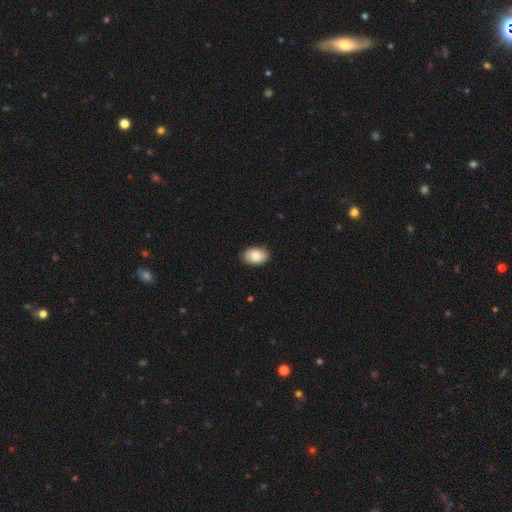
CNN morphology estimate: A smooth galaxy with no disk features (85%) that is in between round and cigar-shaped (89%).

Vote fractions:
- Smooth or featured? smooth: 85% / featured or disk: 9% / star or artifact: 7%
- How rounded? in between: 89% / round: 10% / cigar-shaped: 1%
- Merging? none: 87% / minor disturbance: 10% / major disturbance: 2% / merger: 1%